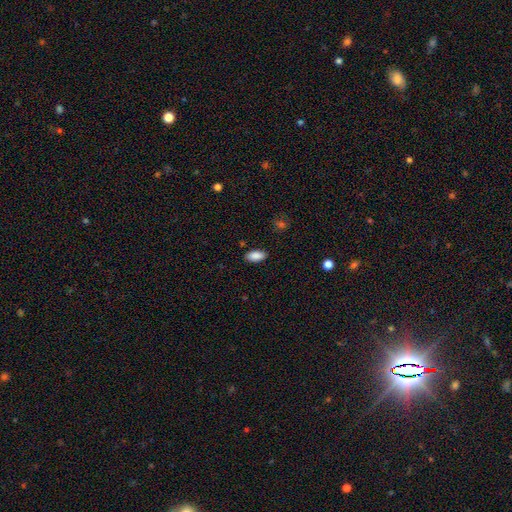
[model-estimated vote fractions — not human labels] Morphology: type=smooth (88%); roundness=in between (92%); merging=none (87%).